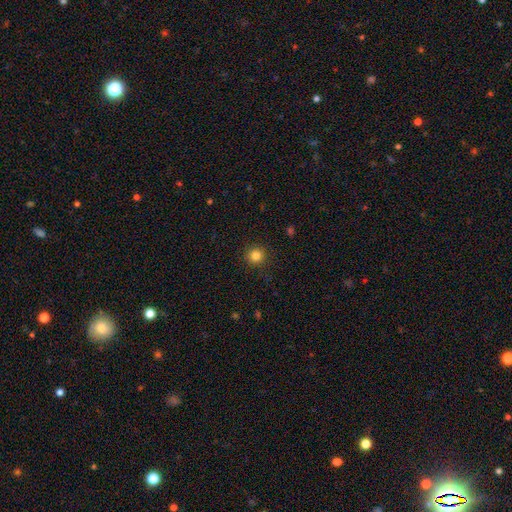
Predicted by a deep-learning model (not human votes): The model was most divided on "smooth or featured": smooth: 83%, star or artifact: 12%, featured or disk: 5%. More confident: how rounded — round (94%); merging — none (91%).